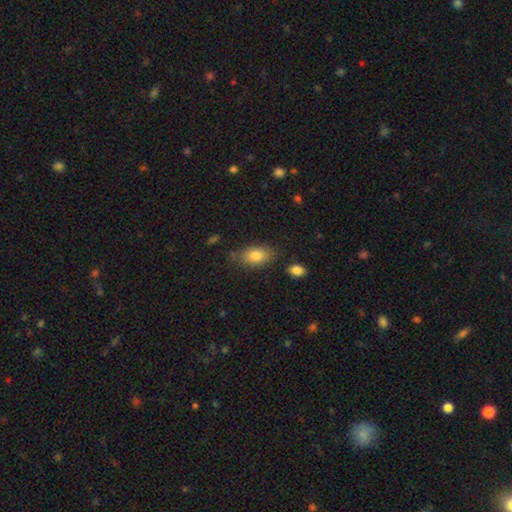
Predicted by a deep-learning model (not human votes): This appears to be a smooth galaxy with no disk features (82%) that is in between round and cigar-shaped (88%). Merging: none (75%).